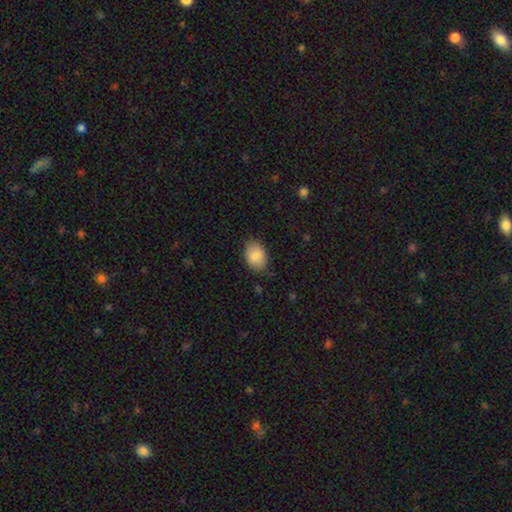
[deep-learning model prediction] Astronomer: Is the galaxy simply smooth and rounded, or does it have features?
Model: smooth — 86%.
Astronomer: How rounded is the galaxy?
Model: in between — 79%.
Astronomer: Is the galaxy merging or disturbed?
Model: none — 81%.